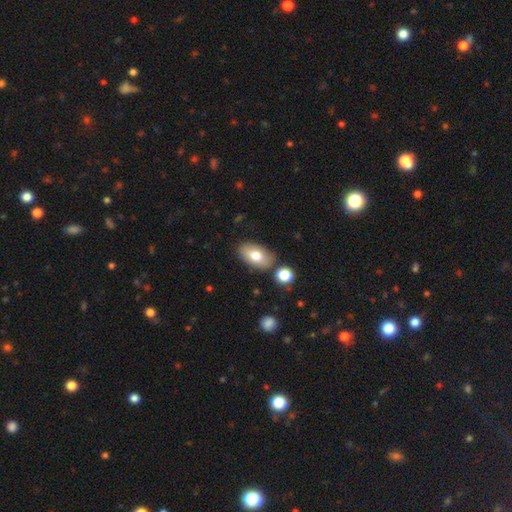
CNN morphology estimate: smooth_or_featured: smooth (p=0.75) [alt: featured or disk p=0.18]
how_rounded: in between (p=0.92) [alt: round p=0.06]
merging: none (p=0.77) [alt: minor disturbance p=0.13]